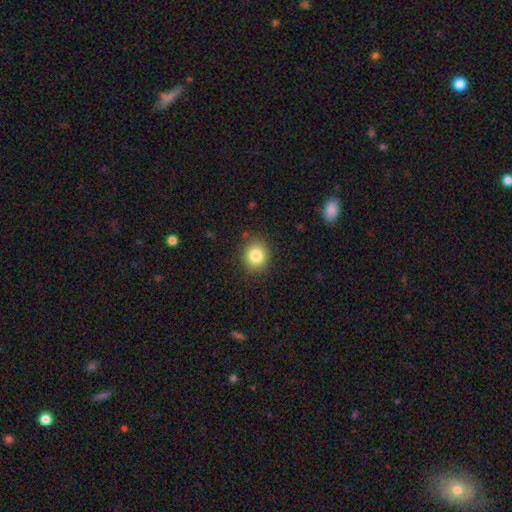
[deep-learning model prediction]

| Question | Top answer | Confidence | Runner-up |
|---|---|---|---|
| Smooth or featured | smooth | 83% | star or artifact (10%) |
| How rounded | round | 78% | in between (22%) |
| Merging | none | 87% | minor disturbance (9%) |